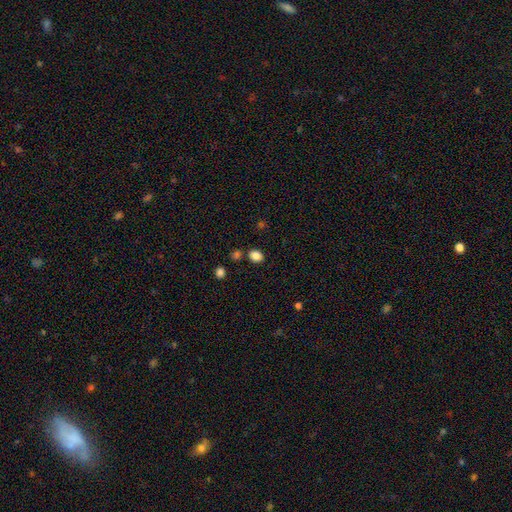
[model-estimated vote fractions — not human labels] Q: Smooth or featured?
A: smooth (85%); runner-up: star or artifact (11%)
Q: How rounded?
A: in between (55%); runner-up: round (44%)
Q: Merging?
A: none (80%); runner-up: minor disturbance (10%)